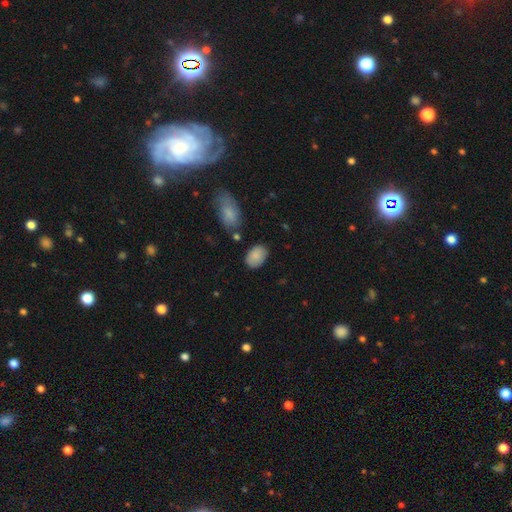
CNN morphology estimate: Q: Smooth or featured?
A: smooth (85%); runner-up: featured or disk (8%)
Q: How rounded?
A: in between (87%); runner-up: round (12%)
Q: Merging?
A: none (76%); runner-up: minor disturbance (16%)